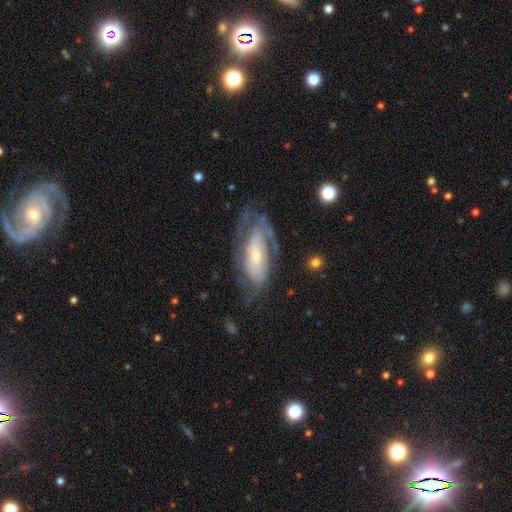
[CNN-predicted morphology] featured or disk 68%, smooth 25%, star or artifact 7%. Down the decision tree: edge-on disk — no (88%); bar — no (64%); spiral arms — yes (75%); bulge size — small (69%); merging — none (50%).